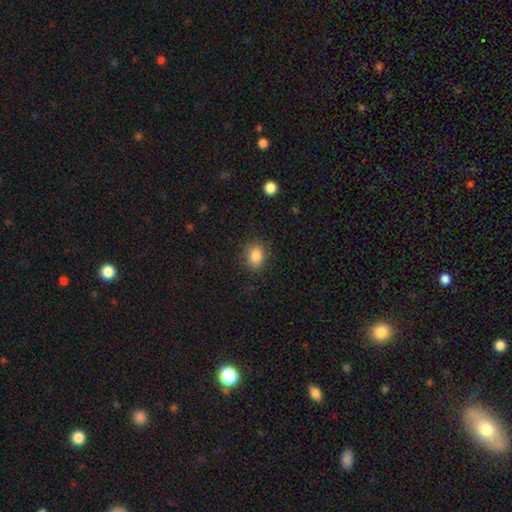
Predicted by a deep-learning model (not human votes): This is clearly a smooth galaxy (85%). How rounded: possibly in between (56%). Merging: clearly none (85%).